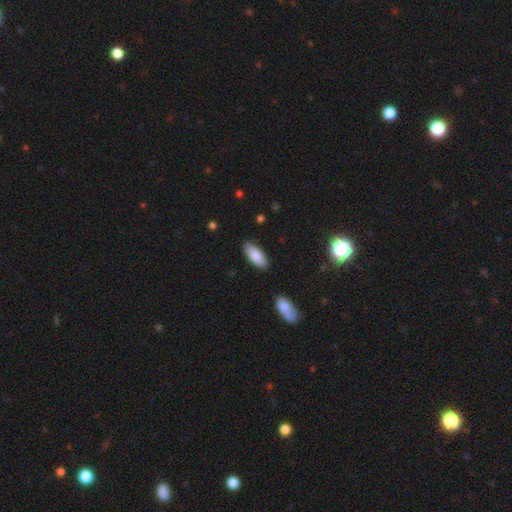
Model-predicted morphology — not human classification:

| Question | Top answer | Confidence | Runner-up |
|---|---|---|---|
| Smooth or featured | smooth | 87% | featured or disk (7%) |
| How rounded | in between | 85% | cigar-shaped (14%) |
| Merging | none | 86% | minor disturbance (10%) |